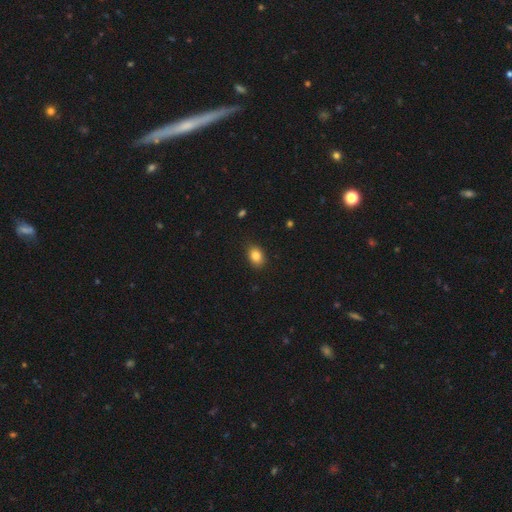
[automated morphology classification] Overall: smooth (84%). How rounded: in between (69%; round 30%). Merging: none (86%).